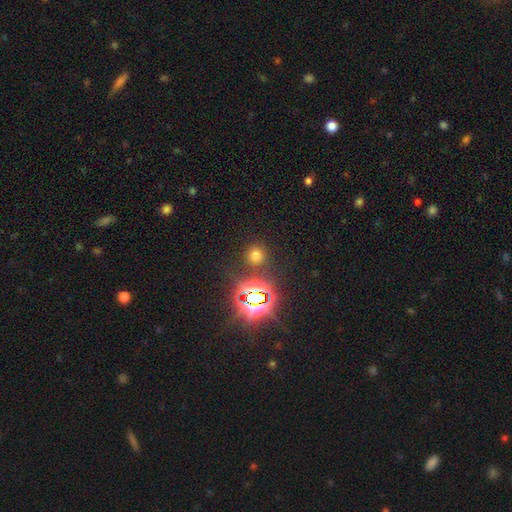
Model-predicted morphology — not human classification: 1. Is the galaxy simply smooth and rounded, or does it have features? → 63% smooth, 30% star or artifact, 7% featured or disk.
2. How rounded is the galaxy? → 89% round, 10% in between, 1% cigar-shaped.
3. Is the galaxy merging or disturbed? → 83% none, 8% minor disturbance, 5% merger, 4% major disturbance.